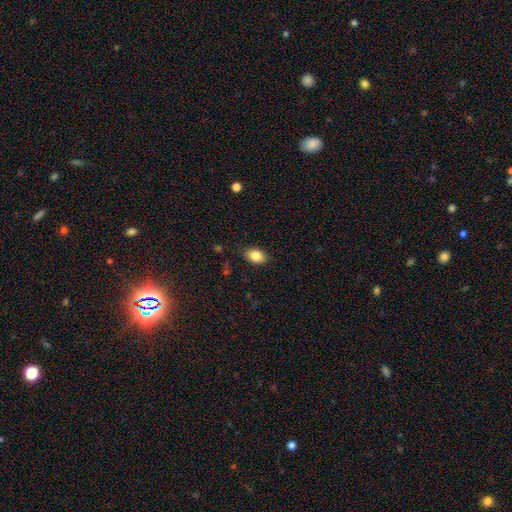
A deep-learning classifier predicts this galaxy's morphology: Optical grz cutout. It shows a smooth galaxy with no disk features (84%) that is in between round and cigar-shaped (87%). Merging: none (84%).